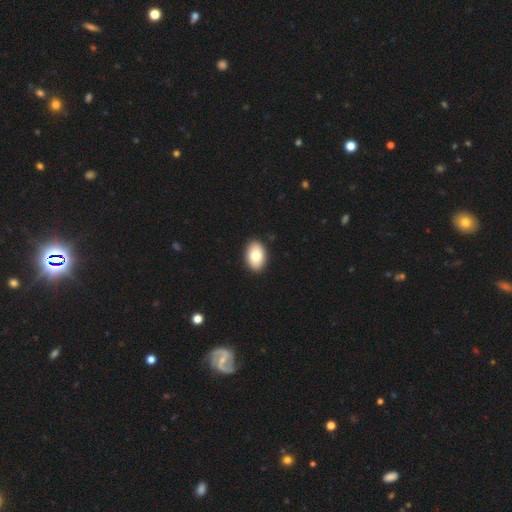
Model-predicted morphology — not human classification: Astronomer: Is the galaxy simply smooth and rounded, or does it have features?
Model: smooth — 80%.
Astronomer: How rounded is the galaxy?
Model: in between — 89%.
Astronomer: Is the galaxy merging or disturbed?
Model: none — 92%.